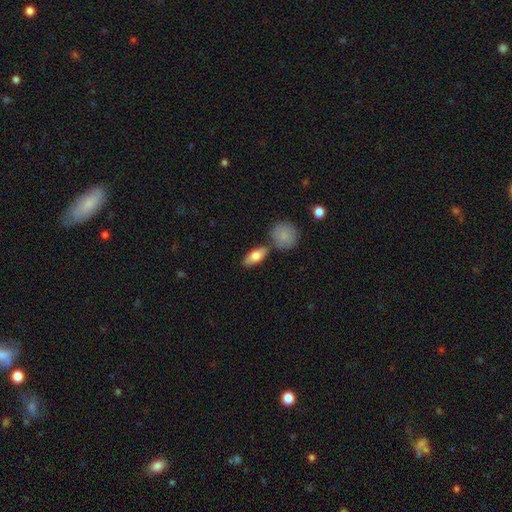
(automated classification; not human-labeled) Smooth or featured? Predicted: smooth (p=0.75). How rounded? Predicted: in between (p=0.80). Merging? Predicted: none (p=0.72).